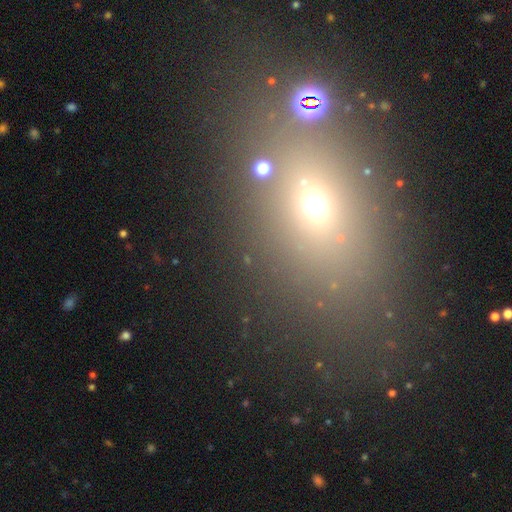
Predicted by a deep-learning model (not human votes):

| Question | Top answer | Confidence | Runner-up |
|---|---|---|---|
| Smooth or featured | smooth | 52% | star or artifact (33%) |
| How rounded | in between | 68% | round (27%) |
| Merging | none | 73% | minor disturbance (12%) |